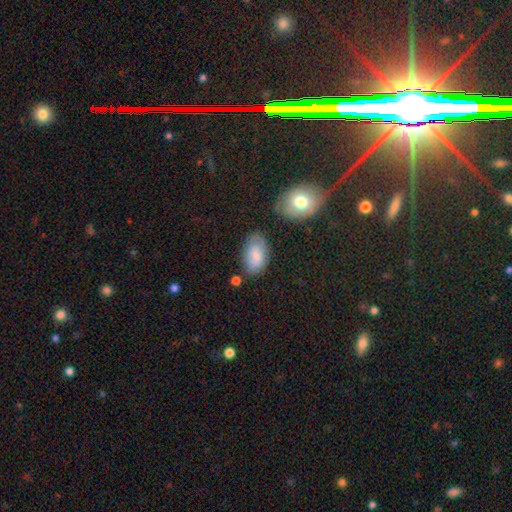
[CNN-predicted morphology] Smooth or featured? Predicted: smooth (p=0.78). How rounded? Predicted: in between (p=0.93). Merging? Predicted: none (p=0.68).